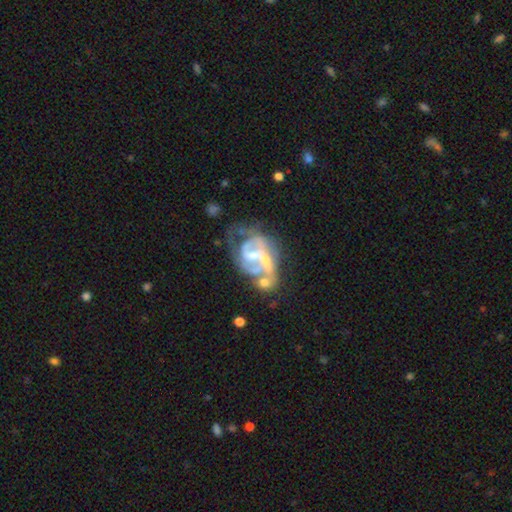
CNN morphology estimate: This is clearly a featured or disk galaxy (82%). It is clearly not viewed edge-on (98%). Bar: marginally weak (43%). Spiral arm pattern: likely yes (79%). Spiral arm count: possibly 2 (50%). Spiral winding: possibly medium (47%). Central bulge: possibly small (47%). Merging: marginally merger (29%).